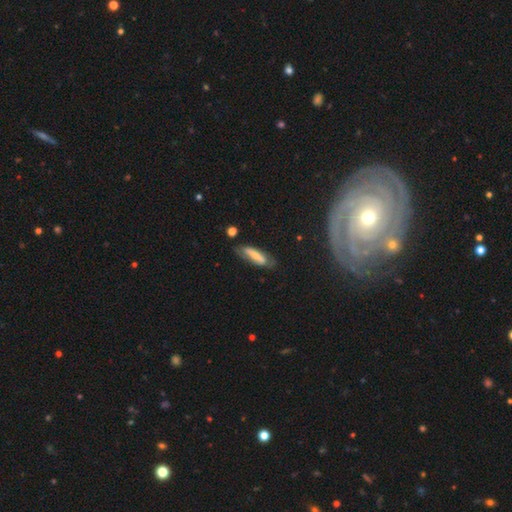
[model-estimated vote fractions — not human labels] Overall: featured or disk (52%; smooth 41%). Edge-on disk: no (70%; yes 30%). Merging: none (63%; minor disturbance 24%).